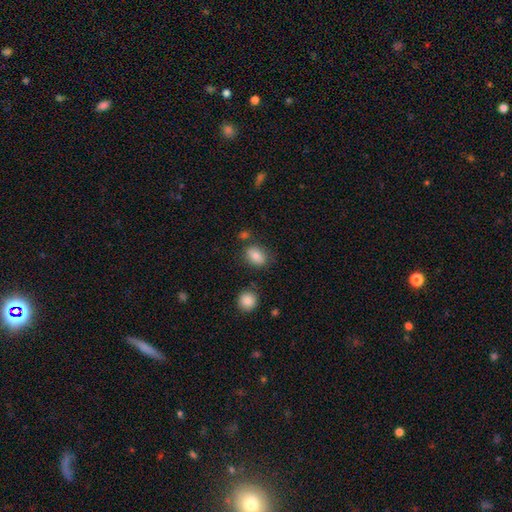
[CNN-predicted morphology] This is clearly a smooth galaxy (83%). How rounded: likely in between (76%). Merging: likely none (75%).